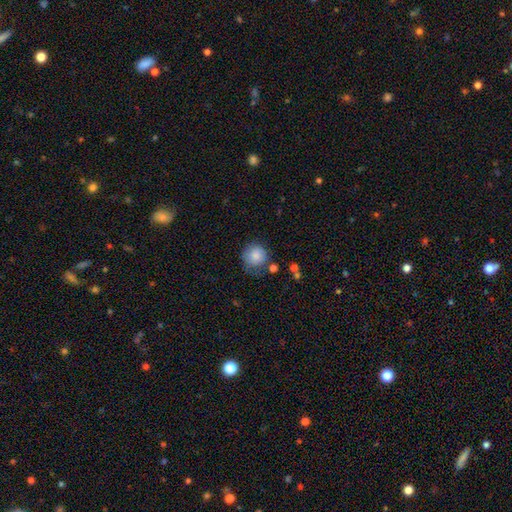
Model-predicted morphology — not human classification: smooth-or-featured: smooth: 85% | star or artifact: 8% | featured or disk: 7%
  how-rounded: round: 92% | in between: 7% | cigar-shaped: 1%
  merging: none: 66% | minor disturbance: 21% | major disturbance: 8% | merger: 5%